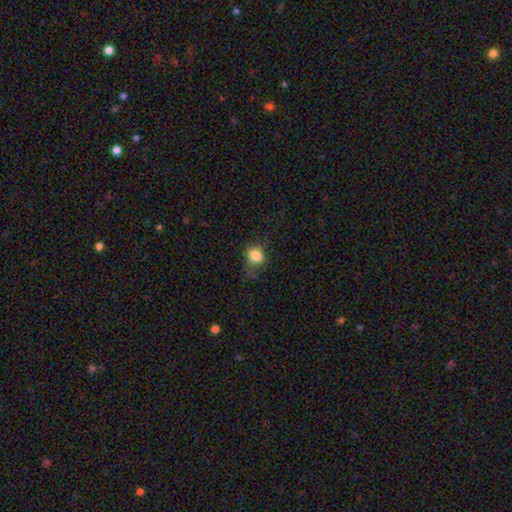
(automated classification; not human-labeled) This appears to be a smooth galaxy with no disk features (82%) that is round (61%). Merging: none (59%).